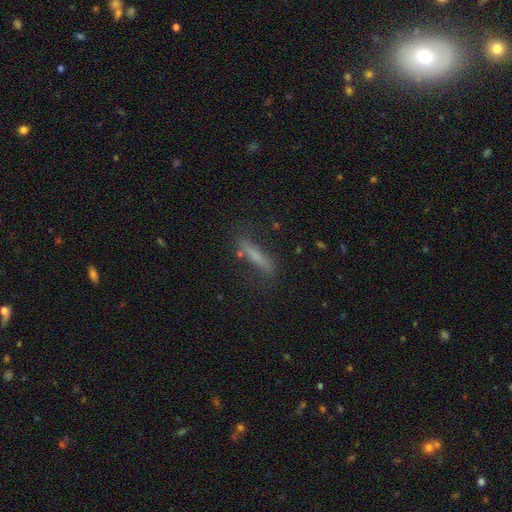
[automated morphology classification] type=smooth (65%); roundness=cigar-shaped (88%); merging=none (75%).